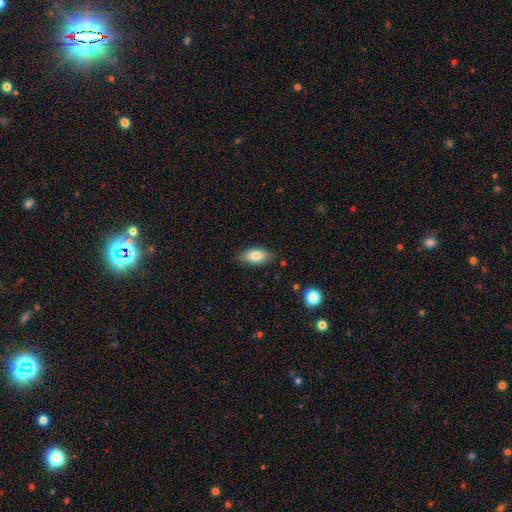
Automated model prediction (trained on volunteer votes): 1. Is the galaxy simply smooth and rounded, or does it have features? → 78% smooth, 15% featured or disk, 7% star or artifact.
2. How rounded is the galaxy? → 88% in between, 7% cigar-shaped, 5% round.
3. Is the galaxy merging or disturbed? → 82% none, 14% minor disturbance, 3% major disturbance, 1% merger.